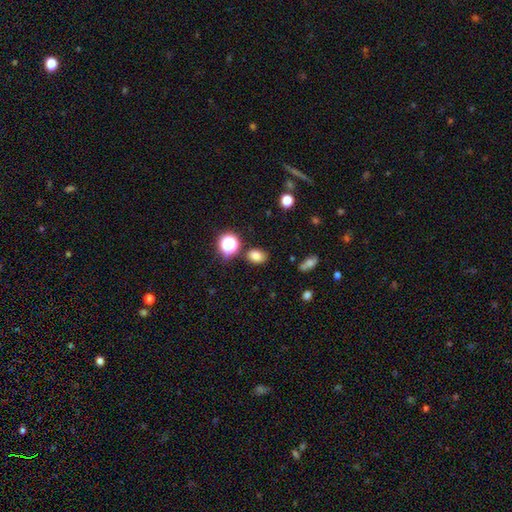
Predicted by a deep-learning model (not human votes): smooth_or_featured: smooth (p=0.78) [alt: star or artifact p=0.15]
how_rounded: in between (p=0.68) [alt: round p=0.31]
merging: none (p=0.82) [alt: minor disturbance p=0.11]